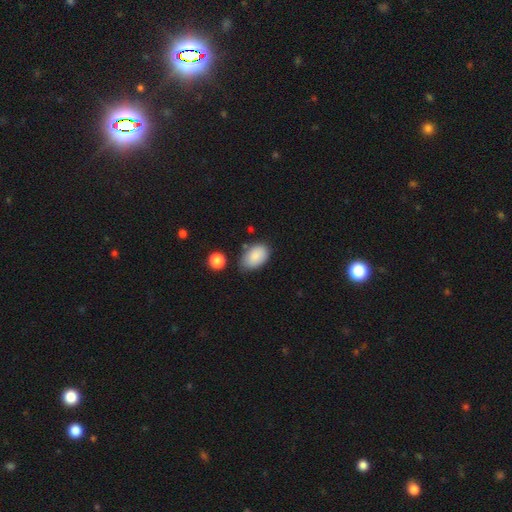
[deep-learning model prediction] A smooth galaxy with no disk features (87%) that is in between round and cigar-shaped (92%). Merging: none (68%).